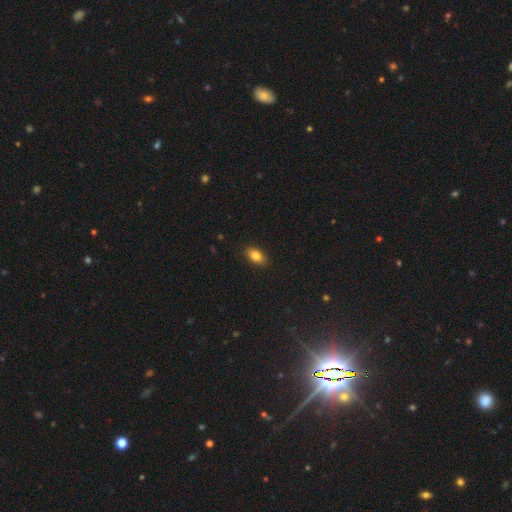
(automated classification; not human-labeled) Q: Smooth or featured?
A: smooth (83%); runner-up: star or artifact (9%)
Q: How rounded?
A: in between (87%); runner-up: round (10%)
Q: Merging?
A: none (89%); runner-up: minor disturbance (8%)